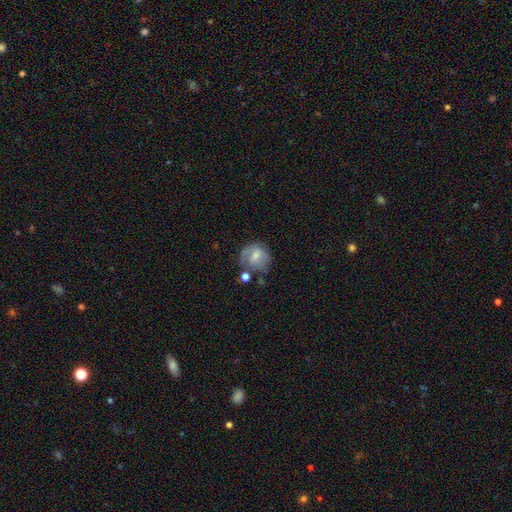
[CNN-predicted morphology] The model was most divided on "smooth or featured": featured or disk: 49%, smooth: 43%, star or artifact: 8%. More confident: merging — none (51%).